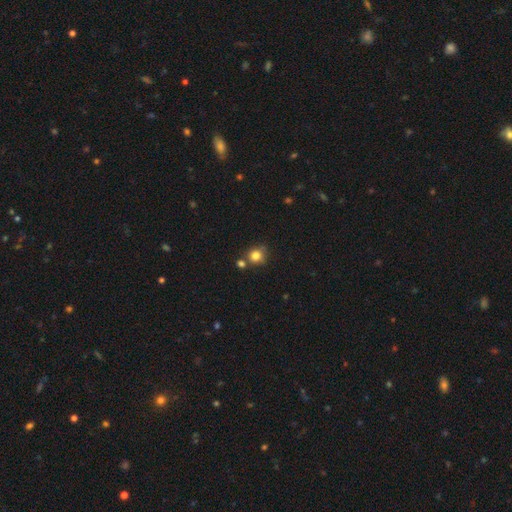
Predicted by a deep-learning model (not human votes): Q: Smooth or featured?
A: smooth (81%); runner-up: star or artifact (12%)
Q: How rounded?
A: round (84%); runner-up: in between (15%)
Q: Merging?
A: none (63%); runner-up: merger (18%)